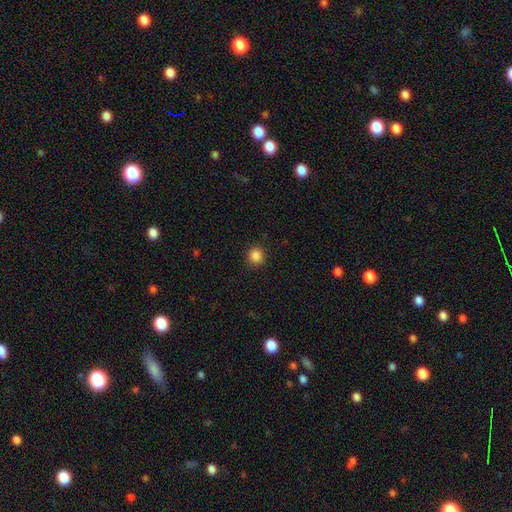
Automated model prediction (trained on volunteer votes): smooth_or_featured: smooth (p=0.86) [alt: star or artifact p=0.11]
how_rounded: round (p=0.90) [alt: in between p=0.10]
merging: none (p=0.91) [alt: minor disturbance p=0.06]